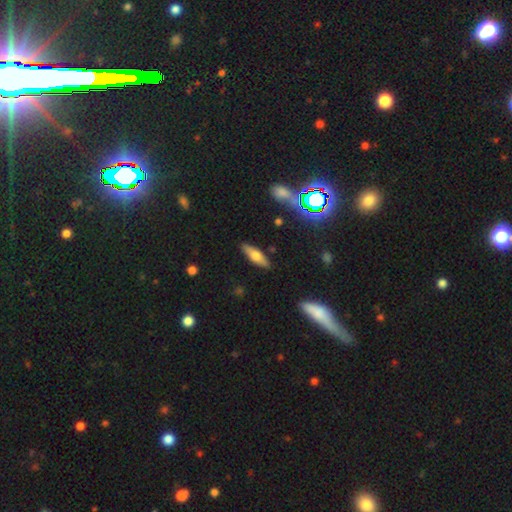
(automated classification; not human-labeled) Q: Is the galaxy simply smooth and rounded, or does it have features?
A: smooth — 58%.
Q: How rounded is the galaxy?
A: in between — 49%.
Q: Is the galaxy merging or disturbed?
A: none — 87%.